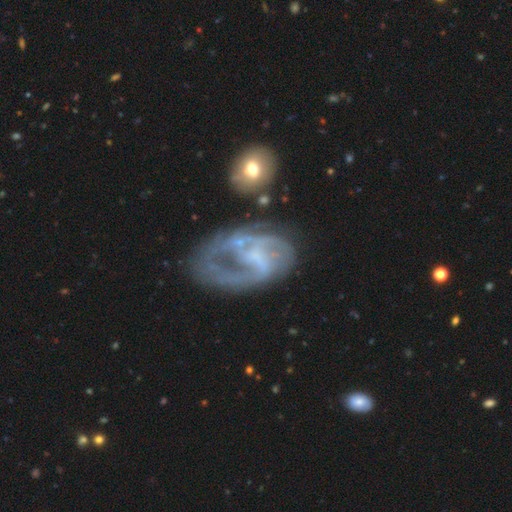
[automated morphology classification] smooth-or-featured: featured or disk: 76% | smooth: 16% | star or artifact: 9%
  disk-edge-on: no: 97% | yes: 3%
    bar: no: 47% | weak: 39% | strong: 14%
    has-spiral-arms: yes: 71% | no: 29%
      spiral-winding: medium: 38% | loose: 36% | tight: 26%
      spiral-arm-count: 2: 30% | can't tell: 29% | 1: 27% | 3: 8% | 4: 3% | more than 4: 3%
    bulge-size: none: 52% | small: 30% | moderate: 13% | large: 3% | dominant: 1%
  merging: none: 37% | major disturbance: 36% | minor disturbance: 20% | merger: 7%